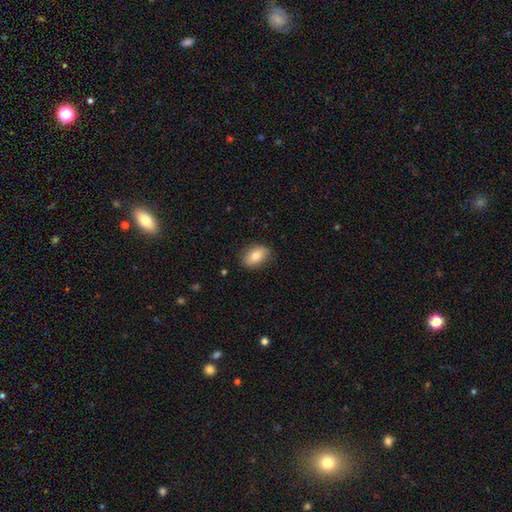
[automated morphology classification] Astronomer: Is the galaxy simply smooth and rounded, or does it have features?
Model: smooth — 79%.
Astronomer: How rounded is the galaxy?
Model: in between — 85%.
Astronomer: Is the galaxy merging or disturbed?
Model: none — 85%.